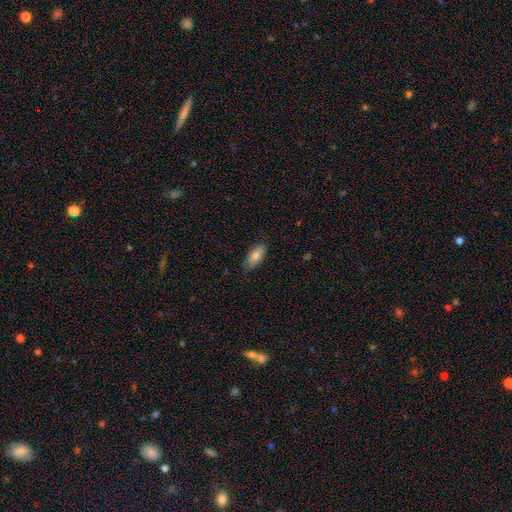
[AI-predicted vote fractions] Morphology: type=smooth (80%); roundness=in between (88%); merging=none (82%).